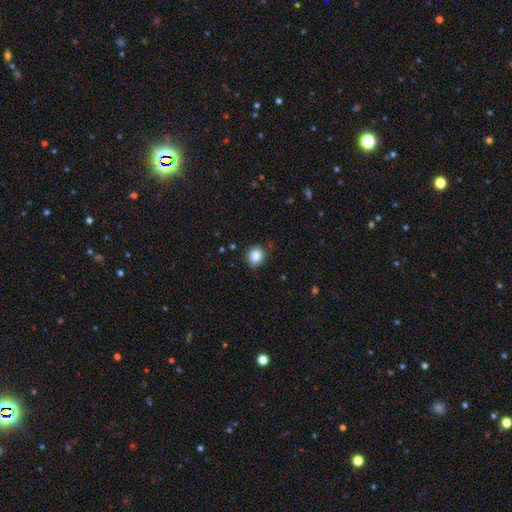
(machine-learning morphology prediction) A smooth galaxy with no disk features (86%) that is round (70%).

Vote fractions:
- Smooth or featured? smooth: 86% / star or artifact: 9% / featured or disk: 5%
- How rounded? round: 70% / in between: 29% / cigar-shaped: 1%
- Merging? none: 81% / minor disturbance: 15% / major disturbance: 3% / merger: 1%